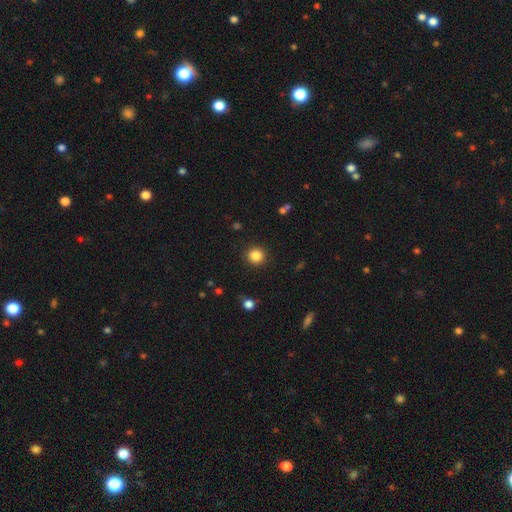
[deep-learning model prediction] smooth 85%, star or artifact 11%, featured or disk 4%. Down the decision tree: how rounded — round (93%); merging — none (91%).